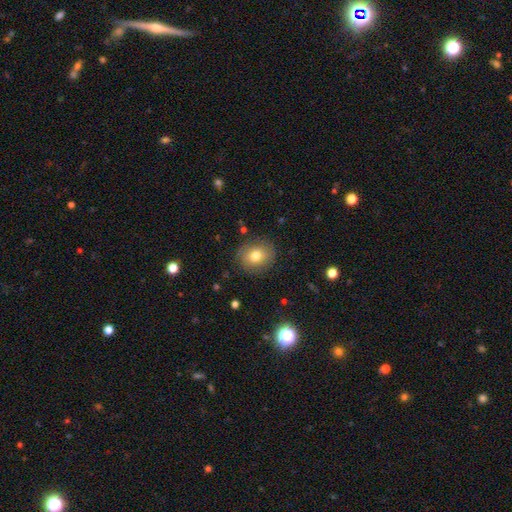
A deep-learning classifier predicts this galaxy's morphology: A smooth galaxy with no disk features (74%) that is round (74%).

Vote fractions:
- Smooth or featured? smooth: 74% / featured or disk: 15% / star or artifact: 11%
- How rounded? round: 74% / in between: 25% / cigar-shaped: 1%
- Merging? none: 85% / minor disturbance: 10% / major disturbance: 3% / merger: 1%